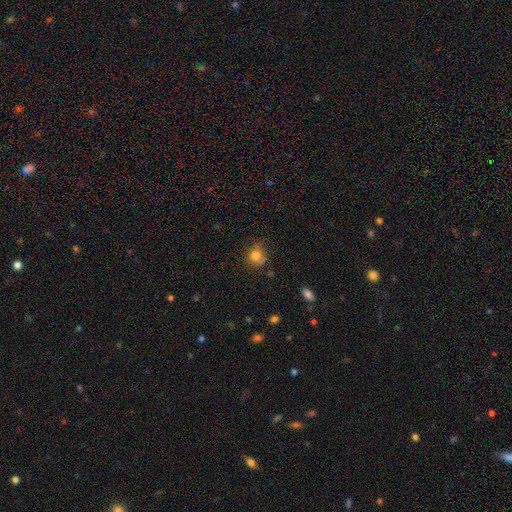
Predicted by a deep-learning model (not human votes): Overall: smooth (78%). How rounded: round (77%). Merging: none (60%; minor disturbance 26%).